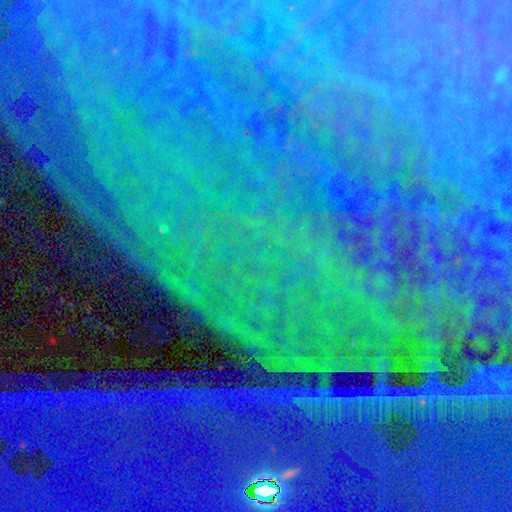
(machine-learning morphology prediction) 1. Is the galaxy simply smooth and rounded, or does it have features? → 86% star or artifact, 8% featured or disk, 6% smooth.